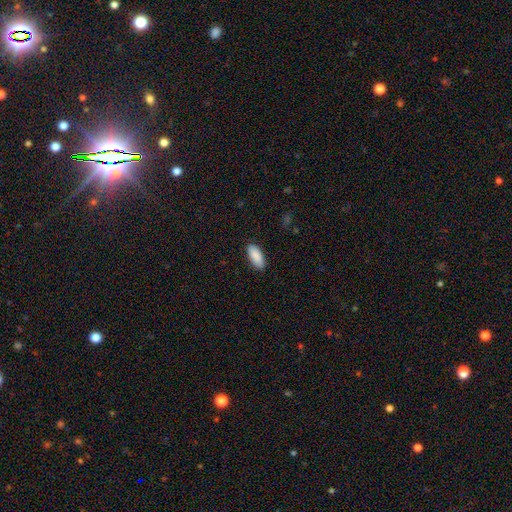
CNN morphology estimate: Smooth or featured? Predicted: smooth (p=0.90). How rounded? Predicted: in between (p=0.86). Merging? Predicted: none (p=0.88).